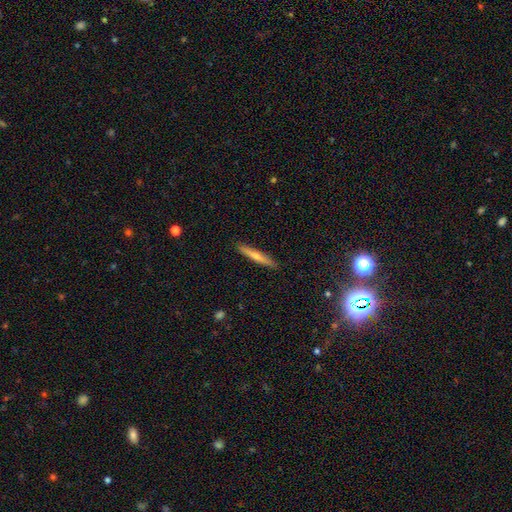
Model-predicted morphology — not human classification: smooth 49%, featured or disk 43%, star or artifact 8%. Down the decision tree: merging — none (91%).